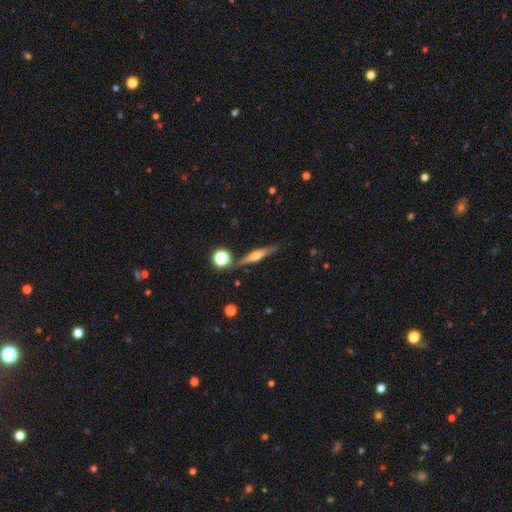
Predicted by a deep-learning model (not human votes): Smooth or featured?
  - featured or disk: 62% *
  - smooth: 29%
  - star or artifact: 9%
Edge-on disk?
  - yes: 96% *
  - no: 4%
Edge-on bulge?
  - rounded: 79% *
  - boxy: 14%
  - none: 8%
Merging?
  - none: 82% *
  - minor disturbance: 10%
  - merger: 6%
  - major disturbance: 3%